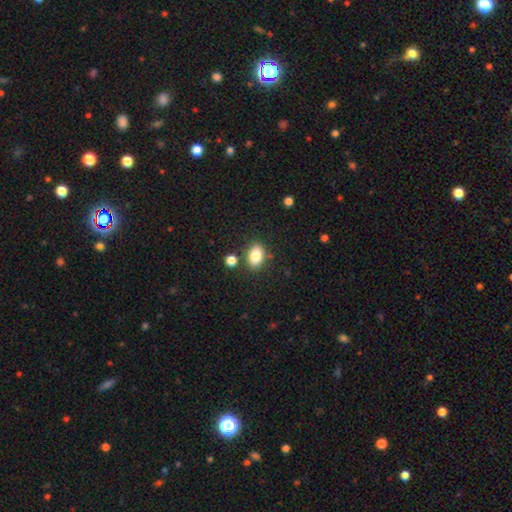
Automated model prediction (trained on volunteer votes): smooth_or_featured: smooth (p=0.84) [alt: star or artifact p=0.09]
how_rounded: in between (p=0.82) [alt: round p=0.16]
merging: none (p=0.78) [alt: minor disturbance p=0.11]